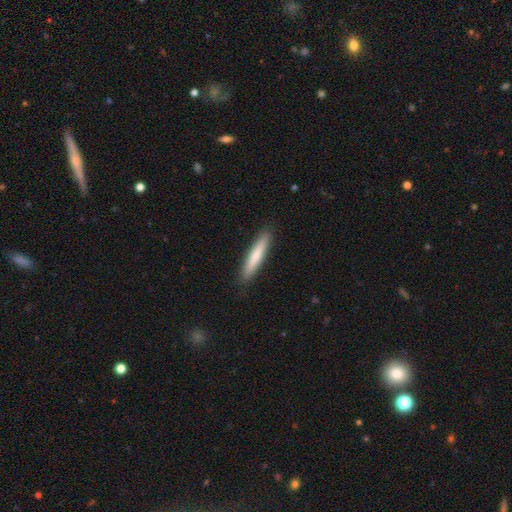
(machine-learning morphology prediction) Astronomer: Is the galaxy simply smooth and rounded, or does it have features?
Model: smooth — 76%.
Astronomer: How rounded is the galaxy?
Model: cigar-shaped — 92%.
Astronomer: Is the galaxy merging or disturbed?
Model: none — 90%.